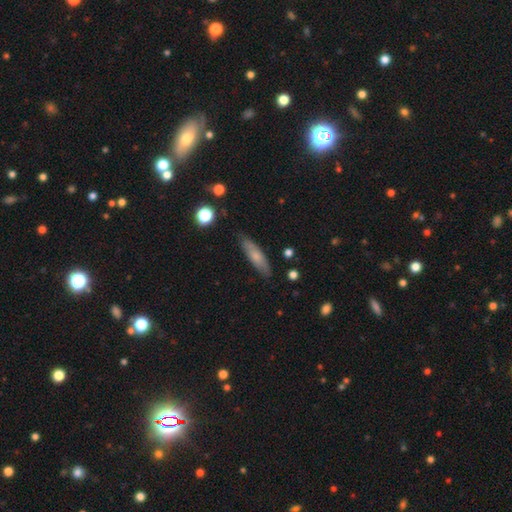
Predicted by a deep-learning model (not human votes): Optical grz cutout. It shows a smooth galaxy with no disk features (68%) that is cigar-shaped (69%). Merging: none (82%).